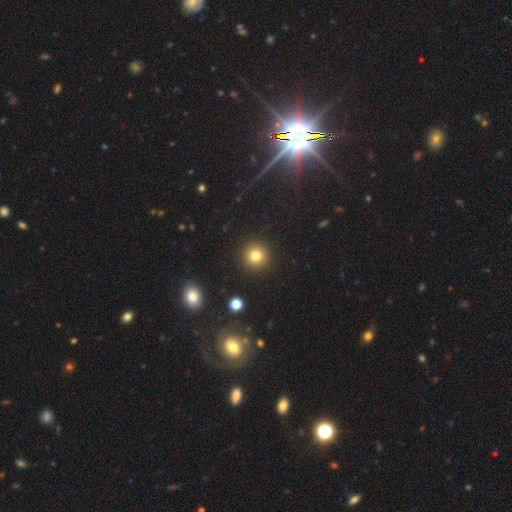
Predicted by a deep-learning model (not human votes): Smooth or featured: smooth — 80% (star or artifact — 13%)
How rounded: round — 94% (in between — 5%)
Merging: none — 92% (minor disturbance — 4%)